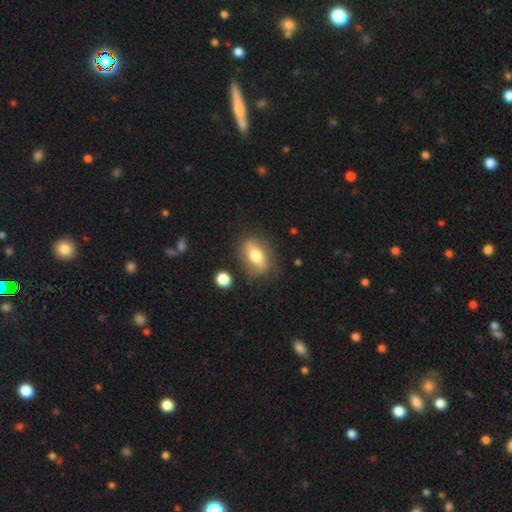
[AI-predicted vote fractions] This is likely a smooth galaxy (61%). How rounded: likely in between (80%). Merging: likely none (77%).